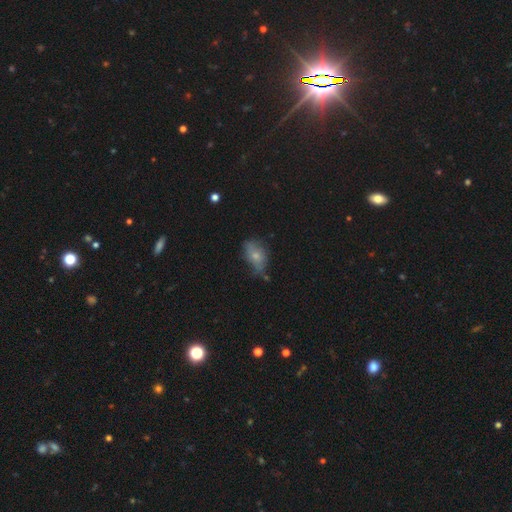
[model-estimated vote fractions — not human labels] Morphology: type=smooth (67%); roundness=in between (85%); merging=none (49%).